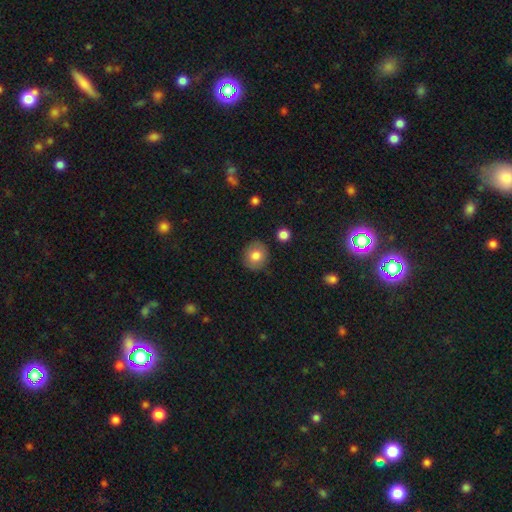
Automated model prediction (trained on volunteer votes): smooth 80%, featured or disk 12%, star or artifact 9%. Down the decision tree: how rounded — round (82%); merging — none (85%).